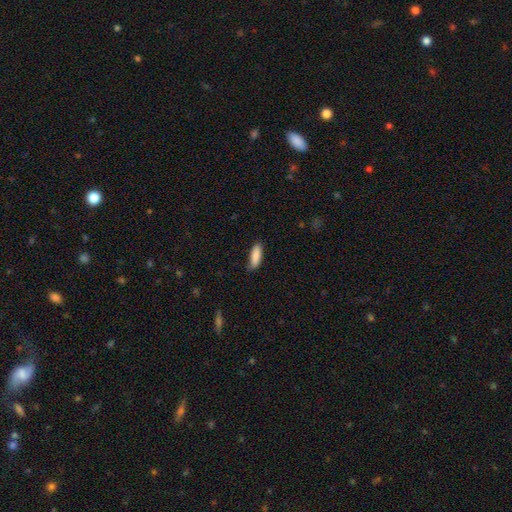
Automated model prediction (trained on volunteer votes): The model was most divided on "how rounded": in between: 56%, cigar-shaped: 42%, round: 2%. More confident: smooth or featured — smooth (87%); merging — none (80%).